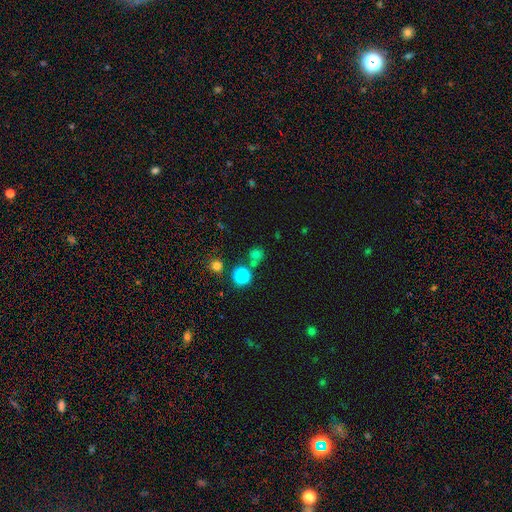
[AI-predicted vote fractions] This appears to be a smooth galaxy with no disk features (63%) that is round (88%). Merging: none (71%).